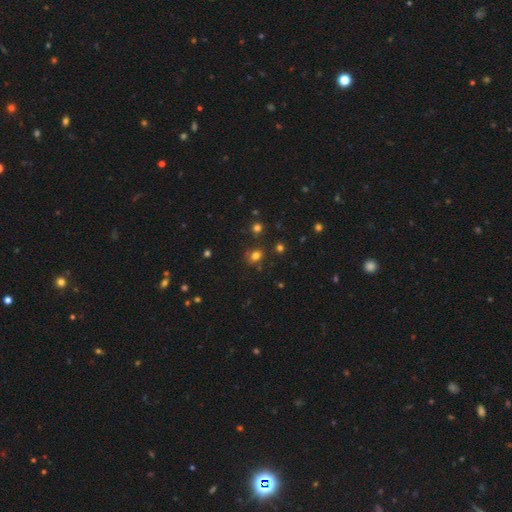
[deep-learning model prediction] Q: Smooth or featured?
A: smooth (73%); runner-up: star or artifact (20%)
Q: How rounded?
A: round (60%); runner-up: in between (39%)
Q: Merging?
A: none (75%); runner-up: minor disturbance (15%)